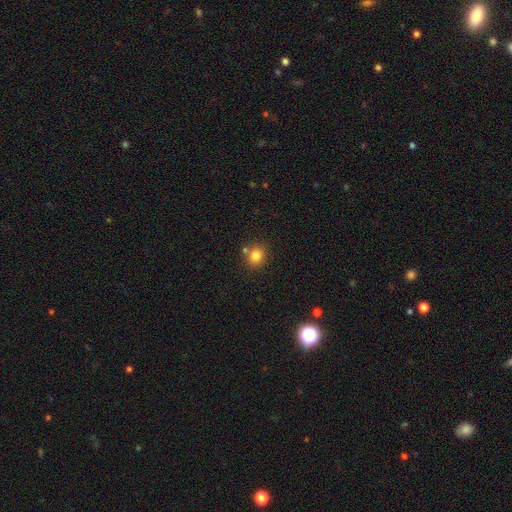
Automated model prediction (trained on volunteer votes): Smooth or featured? smooth (82%)
How rounded? round (76%)
Merging? none (73%)